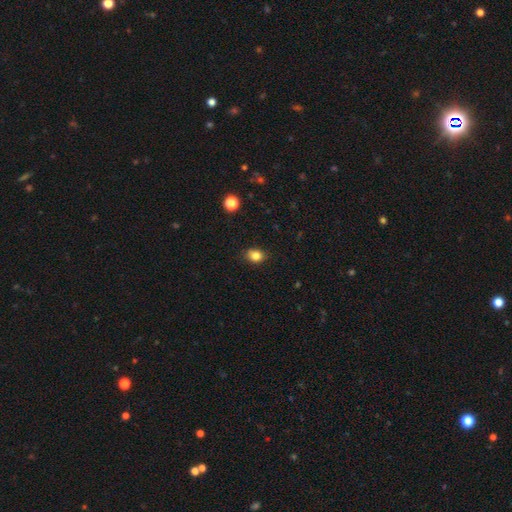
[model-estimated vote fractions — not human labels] smooth 83%, star or artifact 11%, featured or disk 6%. Down the decision tree: how rounded — in between (56%); merging — none (84%).